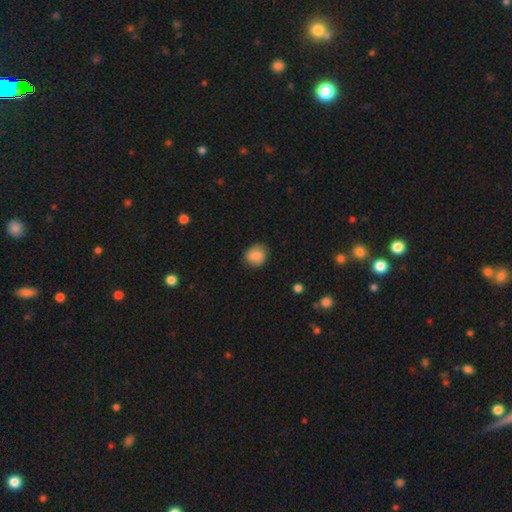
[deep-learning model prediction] The model was most divided on "how rounded": round: 76%, in between: 23%, cigar-shaped: 1%. More confident: smooth or featured — smooth (82%); merging — none (77%).